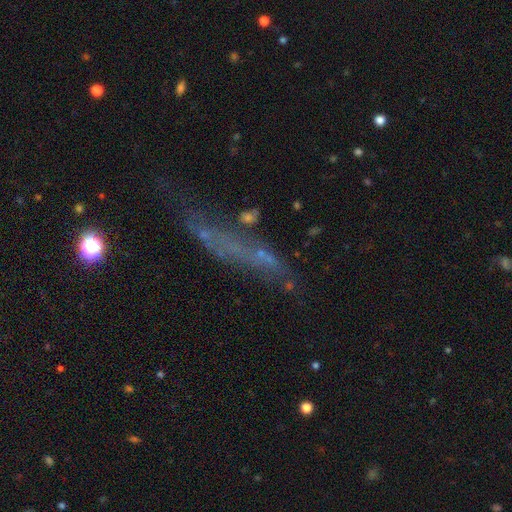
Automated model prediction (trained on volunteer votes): Smooth or featured? featured or disk (42%)
Merging? none (46%)